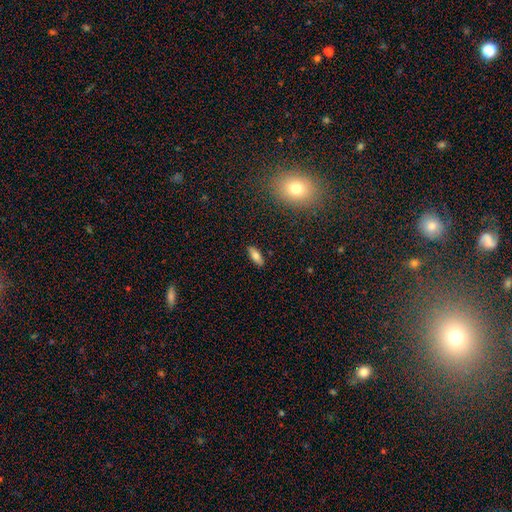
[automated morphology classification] The model was most divided on "how rounded": in between: 74%, cigar-shaped: 24%, round: 3%. More confident: merging — none (88%); smooth or featured — smooth (74%).